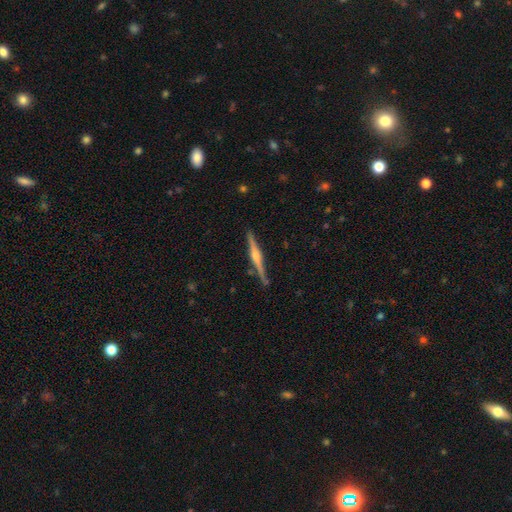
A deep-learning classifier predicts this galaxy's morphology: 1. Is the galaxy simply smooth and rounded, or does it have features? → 80% featured or disk, 15% smooth, 5% star or artifact.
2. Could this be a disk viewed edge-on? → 98% yes, 2% no.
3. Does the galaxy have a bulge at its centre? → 86% rounded, 8% boxy, 6% none.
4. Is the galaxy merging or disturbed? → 88% none, 8% minor disturbance, 2% merger, 2% major disturbance.